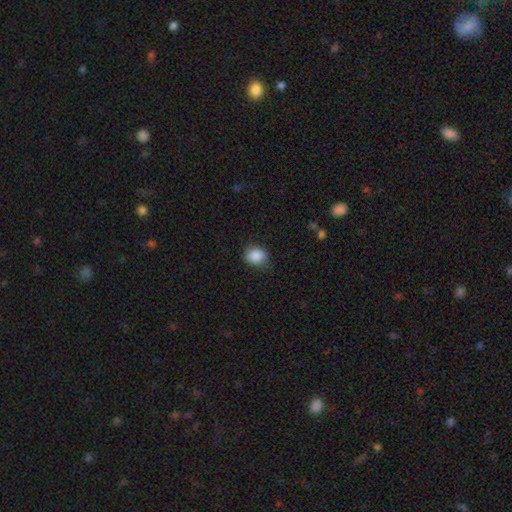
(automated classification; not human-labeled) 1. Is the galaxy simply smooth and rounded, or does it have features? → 88% smooth, 8% star or artifact, 4% featured or disk.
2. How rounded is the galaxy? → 56% round, 43% in between, 1% cigar-shaped.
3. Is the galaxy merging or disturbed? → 80% none, 16% minor disturbance, 4% major disturbance, 1% merger.